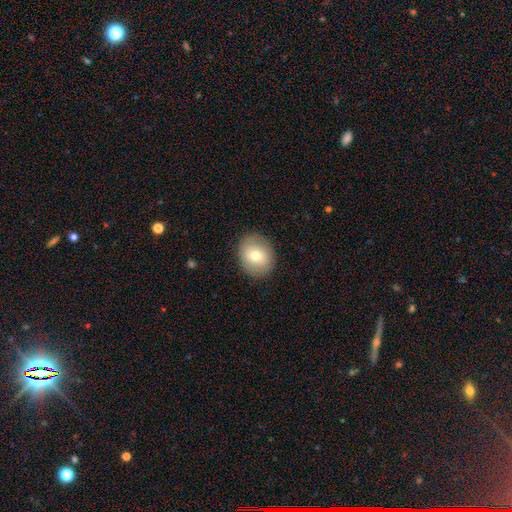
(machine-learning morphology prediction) Q: Smooth or featured?
A: smooth (72%); runner-up: featured or disk (20%)
Q: How rounded?
A: round (63%); runner-up: in between (36%)
Q: Merging?
A: none (87%); runner-up: minor disturbance (9%)